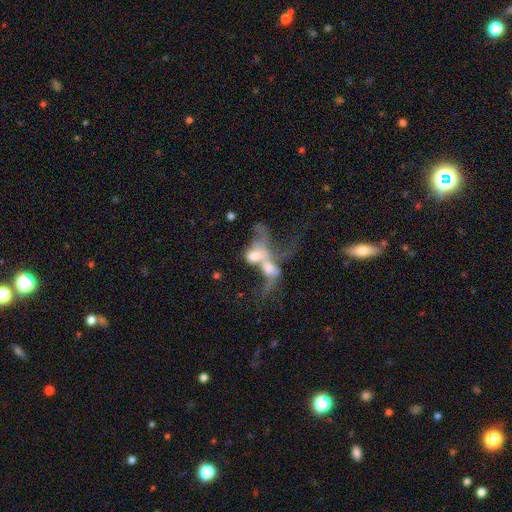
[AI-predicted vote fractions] Smooth or featured? featured or disk (50%)
Merging? merger (75%)